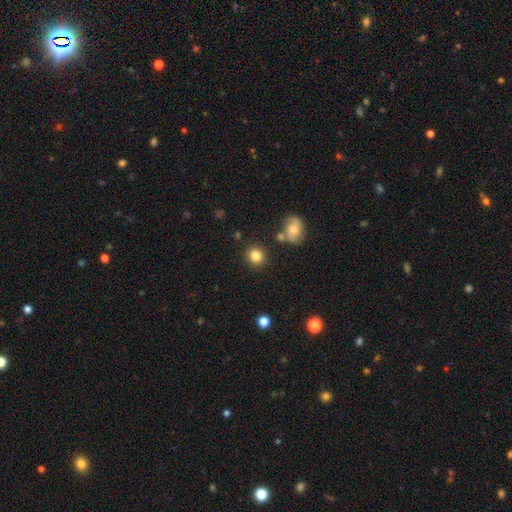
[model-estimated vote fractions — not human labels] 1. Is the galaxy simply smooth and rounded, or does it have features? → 84% smooth, 10% star or artifact, 6% featured or disk.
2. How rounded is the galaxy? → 84% round, 15% in between, 1% cigar-shaped.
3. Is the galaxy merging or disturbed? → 84% none, 8% minor disturbance, 5% merger, 3% major disturbance.